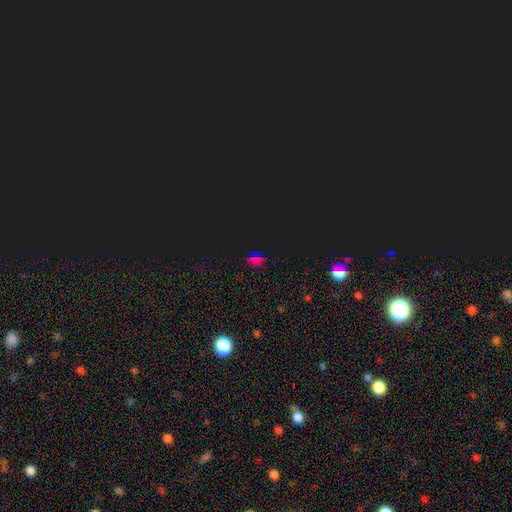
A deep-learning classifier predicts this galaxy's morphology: Smooth or featured: star or artifact — 68% (smooth — 25%)